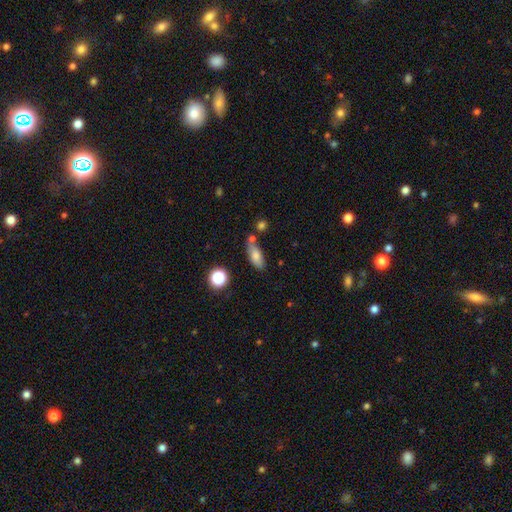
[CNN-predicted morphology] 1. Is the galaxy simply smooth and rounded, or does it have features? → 77% smooth, 14% featured or disk, 10% star or artifact.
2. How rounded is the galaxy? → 73% in between, 22% cigar-shaped, 5% round.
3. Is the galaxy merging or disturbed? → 63% none, 19% minor disturbance, 13% merger, 5% major disturbance.